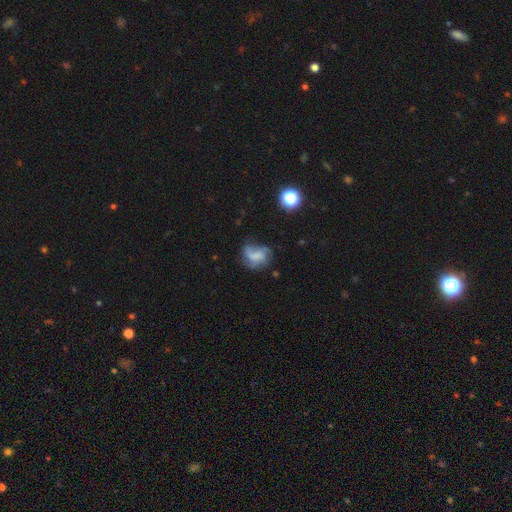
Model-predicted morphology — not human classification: A featured or disk galaxy (51%).

Vote fractions:
- Smooth or featured? featured or disk: 51% / smooth: 37% / star or artifact: 12%
- Edge-on disk? no: 97% / yes: 3%
- Merging? none: 46% / major disturbance: 25% / minor disturbance: 25% / merger: 4%